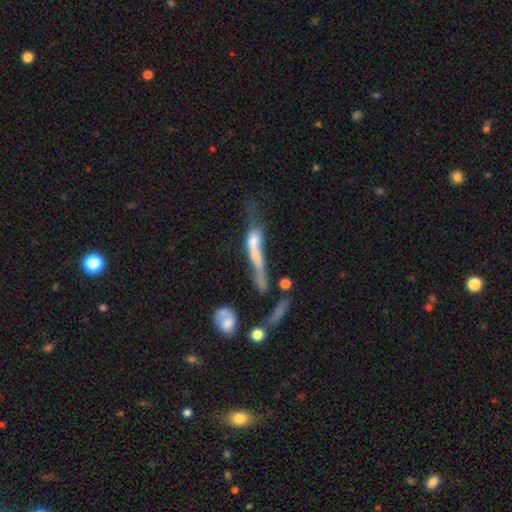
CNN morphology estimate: This appears to be a featured or disk galaxy (45%, tied with smooth). Merging: merger (44%).